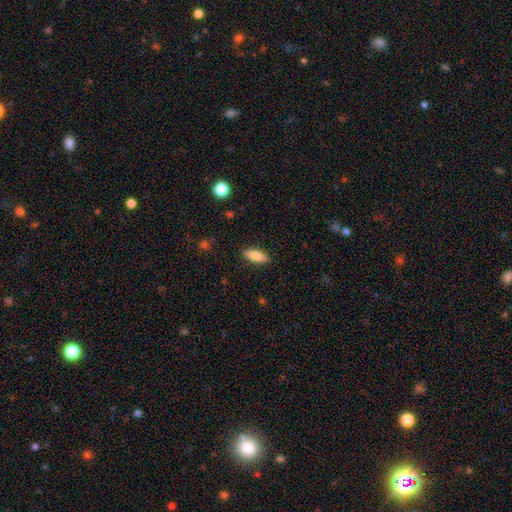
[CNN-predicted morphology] Overall: smooth (79%). How rounded: in between (69%; cigar-shaped 29%). Merging: none (87%).